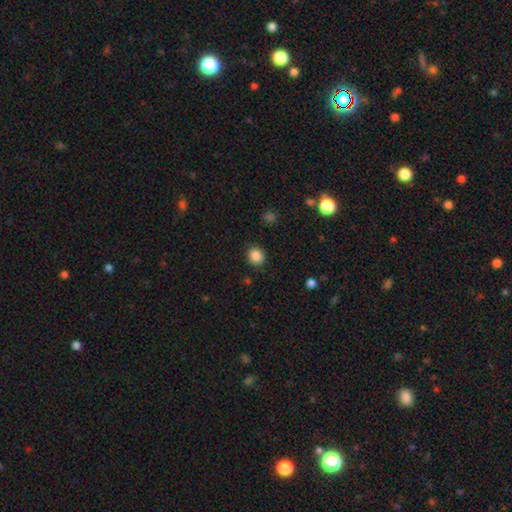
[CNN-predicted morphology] smooth 86%, star or artifact 10%, featured or disk 4%. Down the decision tree: how rounded — round (86%); merging — none (89%).